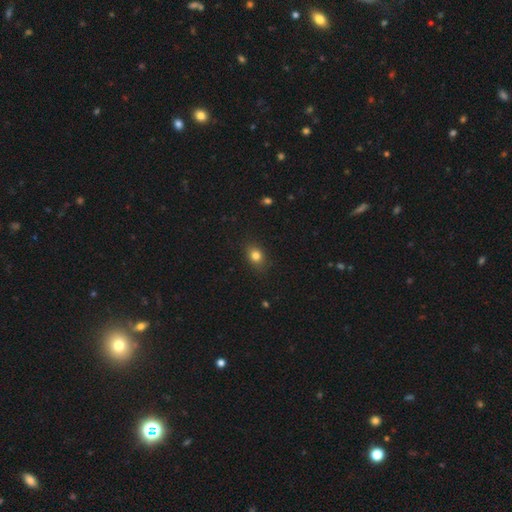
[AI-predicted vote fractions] This is clearly a smooth galaxy (81%). How rounded: possibly in between (56%). Merging: clearly none (85%).